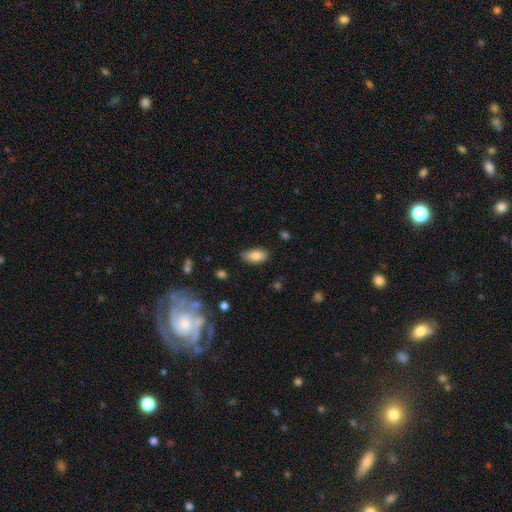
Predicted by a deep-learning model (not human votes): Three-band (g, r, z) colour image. It shows a smooth galaxy with no disk features (83%) that is in between round and cigar-shaped (93%). Merging: none (82%).